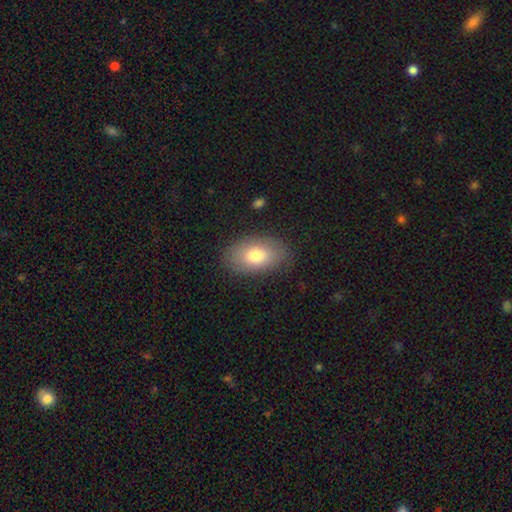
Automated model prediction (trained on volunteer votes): Overall: smooth (79%). How rounded: in between (92%). Merging: none (82%).